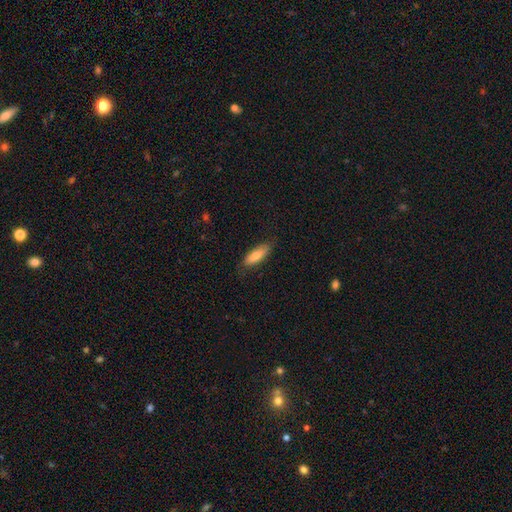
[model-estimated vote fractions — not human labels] smooth_or_featured: smooth (p=0.76) [alt: featured or disk p=0.18]
how_rounded: in between (p=0.54) [alt: cigar-shaped p=0.44]
merging: none (p=0.81) [alt: minor disturbance p=0.15]